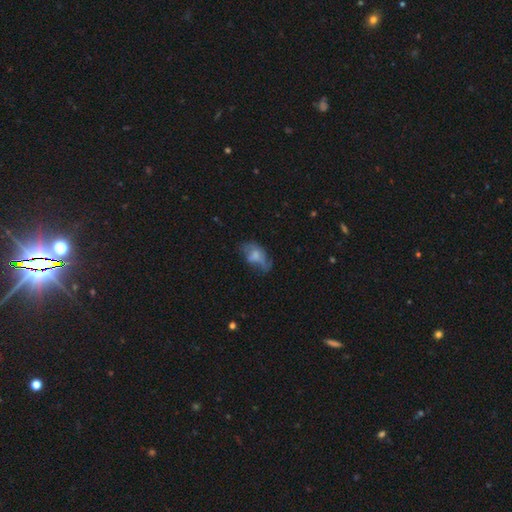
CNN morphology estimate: smooth 53%, featured or disk 36%, star or artifact 11%. Down the decision tree: how rounded — in between (88%); merging — major disturbance (34%).